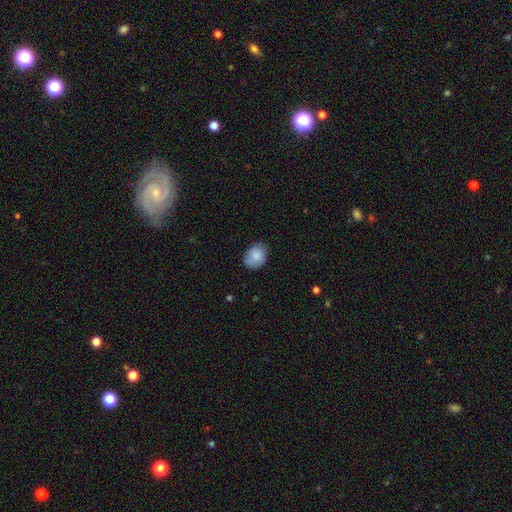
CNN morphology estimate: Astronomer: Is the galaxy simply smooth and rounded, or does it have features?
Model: smooth — 82%.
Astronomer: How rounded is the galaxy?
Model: in between — 62% (runner-up: round, 37%).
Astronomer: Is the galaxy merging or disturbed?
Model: none — 70%.